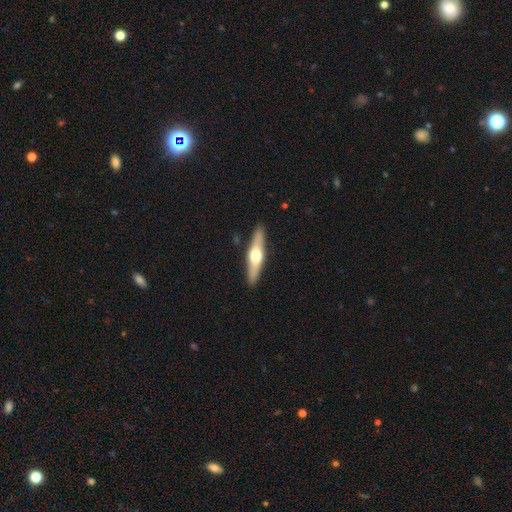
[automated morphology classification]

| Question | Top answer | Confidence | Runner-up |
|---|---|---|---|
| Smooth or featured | featured or disk | 57% | smooth (39%) |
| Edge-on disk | yes | 92% | no (8%) |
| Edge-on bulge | rounded | 94% | boxy (3%) |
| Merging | none | 90% | minor disturbance (7%) |